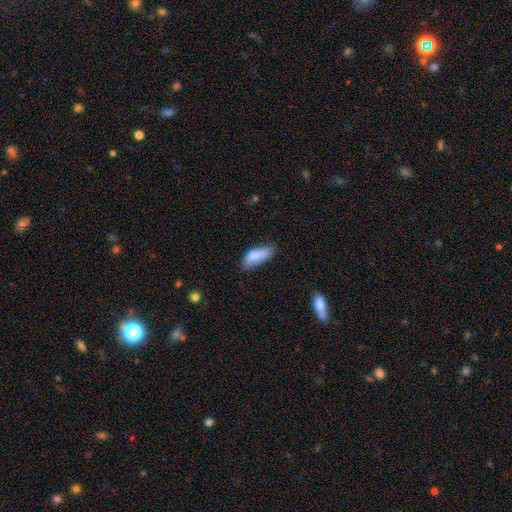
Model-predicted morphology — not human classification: Smooth or featured? smooth (81%)
How rounded? in between (75%)
Merging? none (49%)